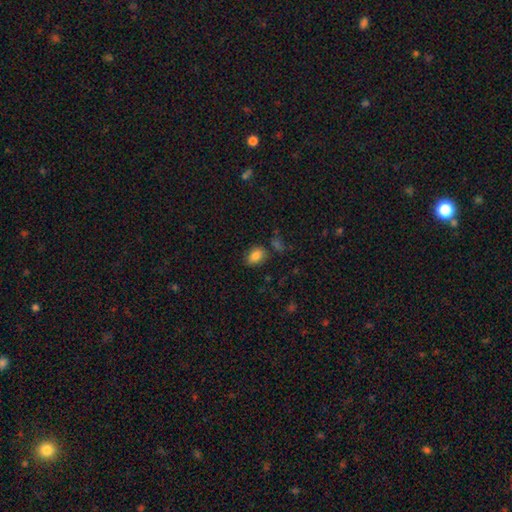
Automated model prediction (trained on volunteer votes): smooth-or-featured: smooth: 84% | star or artifact: 10% | featured or disk: 6%
  how-rounded: in between: 80% | round: 18% | cigar-shaped: 1%
  merging: none: 76% | minor disturbance: 15% | merger: 5% | major disturbance: 4%